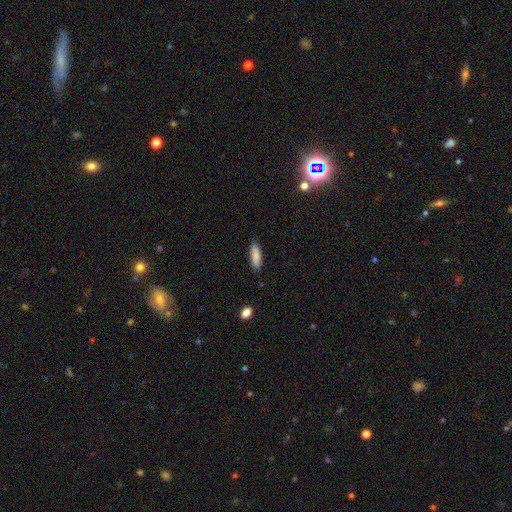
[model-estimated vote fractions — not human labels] smooth 86%, featured or disk 7%, star or artifact 6%. Down the decision tree: how rounded — cigar-shaped (57%); merging — none (86%).